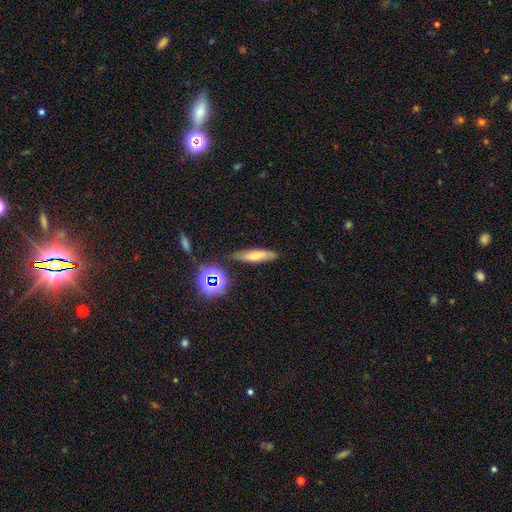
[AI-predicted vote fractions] Q: Smooth or featured?
A: smooth (64%); runner-up: featured or disk (22%)
Q: How rounded?
A: cigar-shaped (73%); runner-up: in between (23%)
Q: Merging?
A: none (80%); runner-up: minor disturbance (13%)